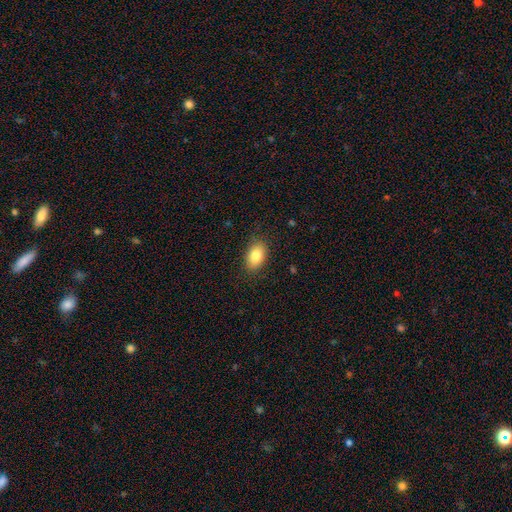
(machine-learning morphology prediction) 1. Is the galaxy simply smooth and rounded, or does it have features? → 84% smooth, 9% featured or disk, 8% star or artifact.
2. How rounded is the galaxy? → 89% in between, 10% round, 1% cigar-shaped.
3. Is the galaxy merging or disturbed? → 85% none, 11% minor disturbance, 3% major disturbance, 1% merger.